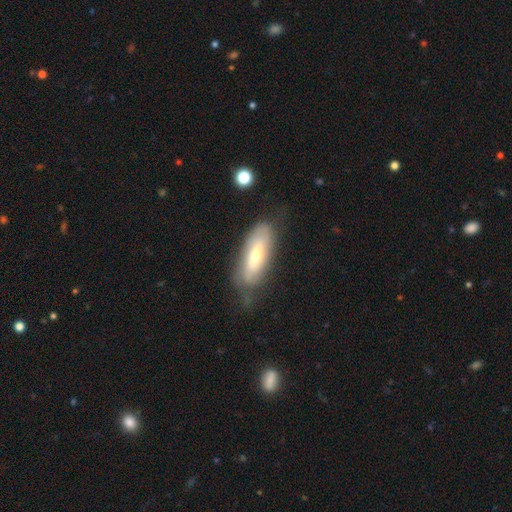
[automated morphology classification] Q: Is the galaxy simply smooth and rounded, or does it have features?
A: smooth — 52%.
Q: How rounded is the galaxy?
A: in between — 65%.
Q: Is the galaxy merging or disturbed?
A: none — 65%.